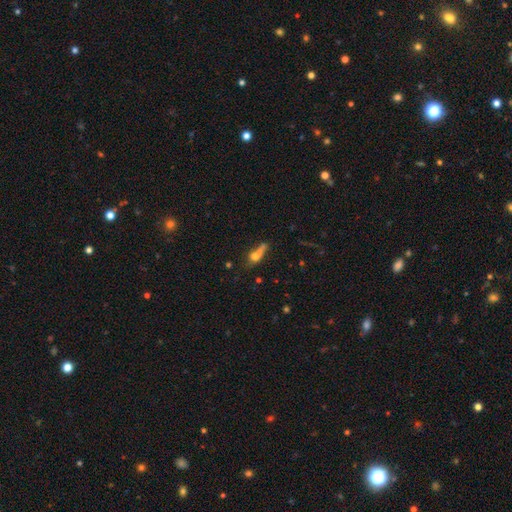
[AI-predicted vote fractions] Smooth or featured? smooth (60%)
How rounded? in between (41%)
Merging? none (32%)